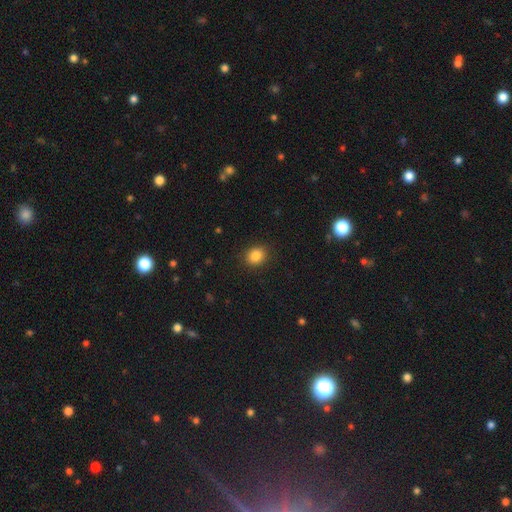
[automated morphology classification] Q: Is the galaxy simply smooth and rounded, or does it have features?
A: smooth — 86%.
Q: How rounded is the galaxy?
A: round — 63%.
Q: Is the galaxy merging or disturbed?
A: none — 88%.